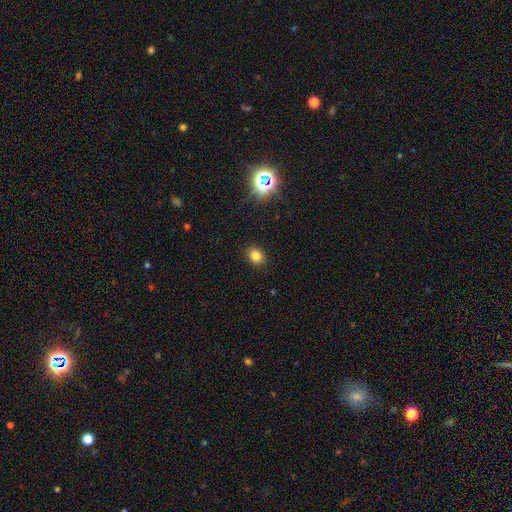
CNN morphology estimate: A smooth galaxy with no disk features (79%) that is in between round and cigar-shaped (58%).

Vote fractions:
- Smooth or featured? smooth: 79% / star or artifact: 15% / featured or disk: 6%
- How rounded? in between: 58% / round: 41% / cigar-shaped: 1%
- Merging? none: 89% / minor disturbance: 8% / major disturbance: 2% / merger: 1%